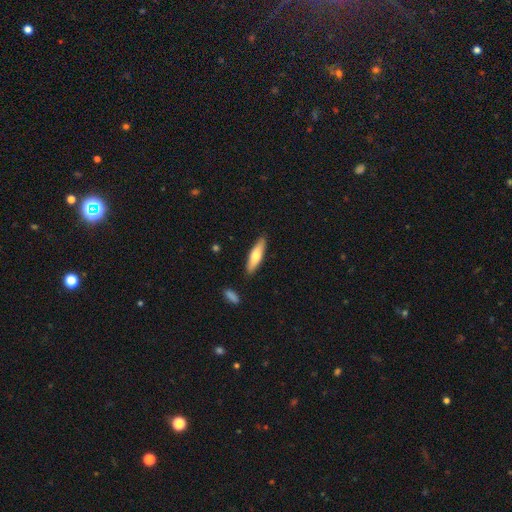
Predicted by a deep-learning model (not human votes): The model was most divided on "how rounded": cigar-shaped: 64%, in between: 34%, round: 2%. More confident: merging — none (87%); smooth or featured — smooth (63%).